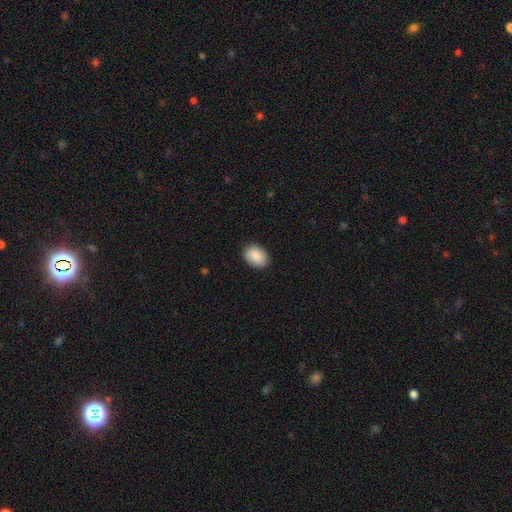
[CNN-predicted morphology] This appears to be a smooth galaxy with no disk features (88%) that is in between round and cigar-shaped (74%). Merging: none (89%).